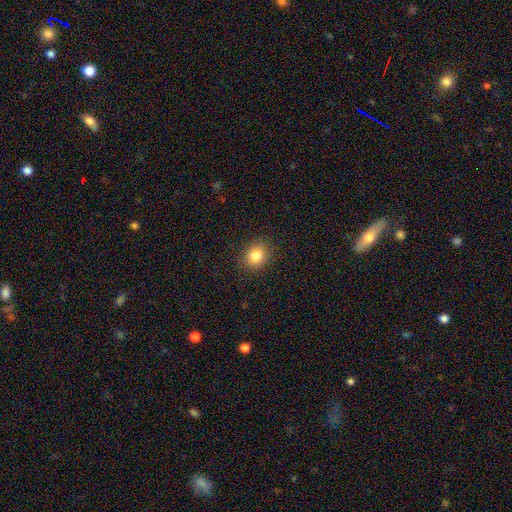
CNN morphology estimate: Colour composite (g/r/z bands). It shows a smooth galaxy with no disk features (83%) that is round (71%). Merging: none (90%).